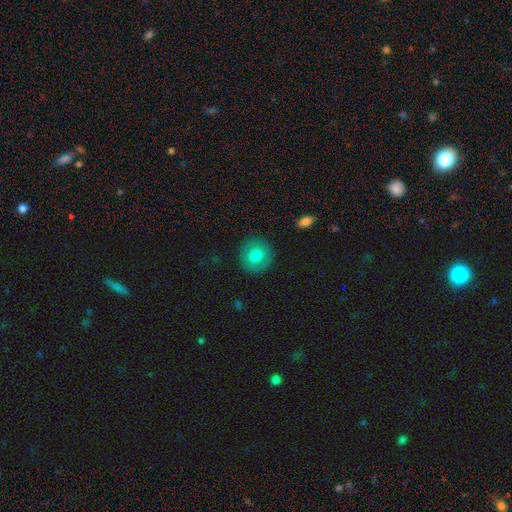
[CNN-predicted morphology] A smooth galaxy with no disk features (78%) that is round (93%).

Vote fractions:
- Smooth or featured? smooth: 78% / featured or disk: 14% / star or artifact: 8%
- How rounded? round: 93% / in between: 6% / cigar-shaped: 1%
- Merging? none: 90% / minor disturbance: 7% / major disturbance: 2% / merger: 1%